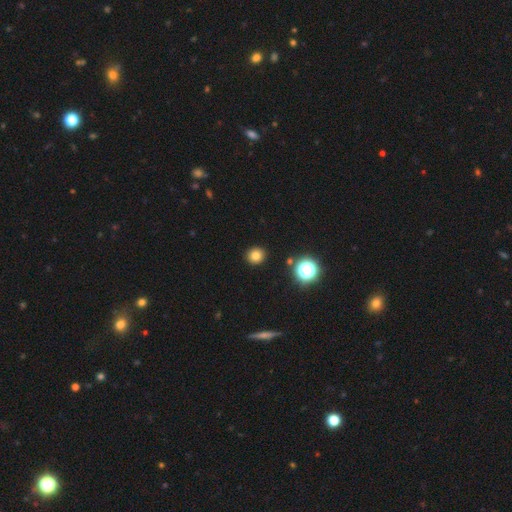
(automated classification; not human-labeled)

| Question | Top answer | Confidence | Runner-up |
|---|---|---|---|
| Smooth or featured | smooth | 78% | star or artifact (16%) |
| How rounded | round | 84% | in between (15%) |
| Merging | none | 91% | minor disturbance (6%) |